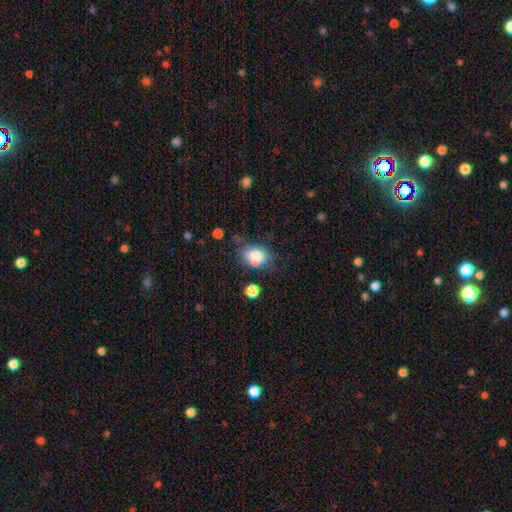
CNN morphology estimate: smooth-or-featured: smooth: 79% | featured or disk: 11% | star or artifact: 10%
  how-rounded: in between: 64% | round: 35% | cigar-shaped: 1%
  merging: none: 51% | minor disturbance: 27% | major disturbance: 12% | merger: 10%